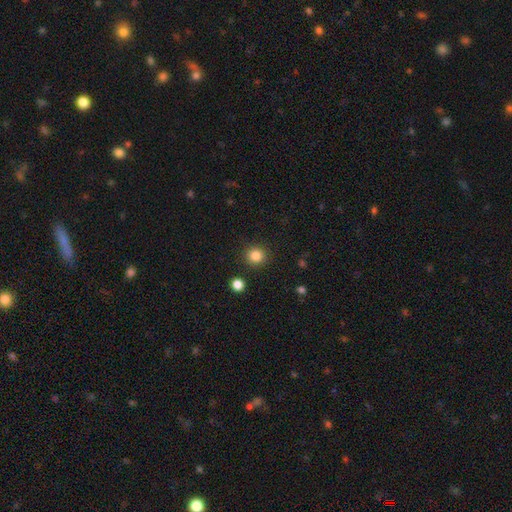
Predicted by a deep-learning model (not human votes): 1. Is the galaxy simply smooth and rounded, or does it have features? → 84% smooth, 12% star or artifact, 5% featured or disk.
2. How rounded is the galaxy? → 92% round, 7% in between, 1% cigar-shaped.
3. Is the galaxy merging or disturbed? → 91% none, 5% minor disturbance, 2% major disturbance, 2% merger.